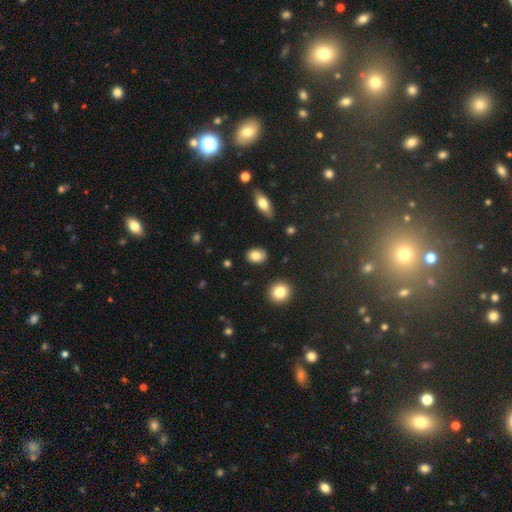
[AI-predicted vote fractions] Smooth or featured?
  - smooth: 83% *
  - featured or disk: 8%
  - star or artifact: 8%
How rounded?
  - in between: 73% *
  - round: 25%
  - cigar-shaped: 2%
Merging?
  - none: 87% *
  - minor disturbance: 9%
  - major disturbance: 2%
  - merger: 2%